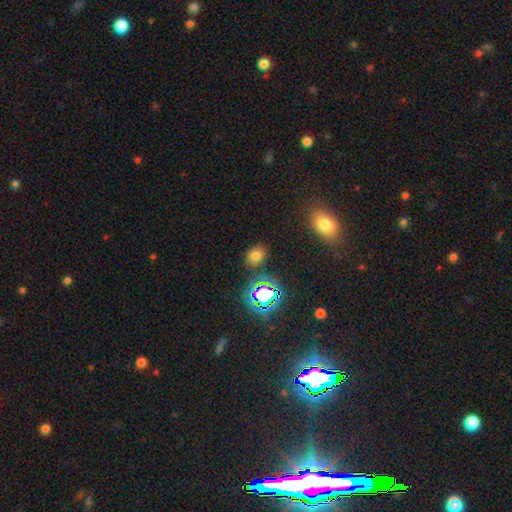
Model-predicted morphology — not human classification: smooth_or_featured: smooth (p=0.68) [alt: star or artifact p=0.24]
how_rounded: in between (p=0.60) [alt: round p=0.39]
merging: none (p=0.84) [alt: minor disturbance p=0.10]